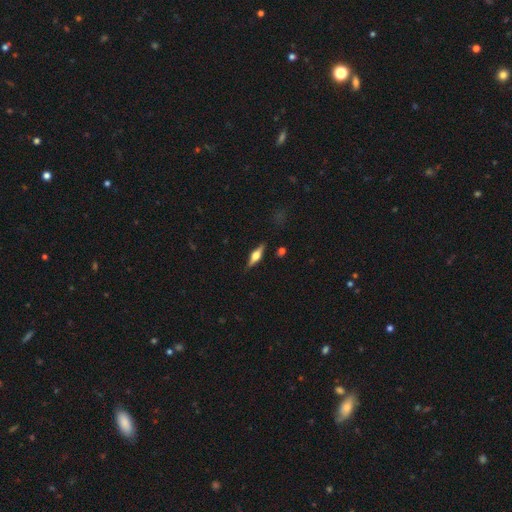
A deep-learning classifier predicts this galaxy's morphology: Smooth or featured?
  - featured or disk: 62% *
  - smooth: 31%
  - star or artifact: 7%
Edge-on disk?
  - yes: 95% *
  - no: 5%
Edge-on bulge?
  - rounded: 91% *
  - boxy: 8%
  - none: 2%
Merging?
  - none: 86% *
  - minor disturbance: 10%
  - major disturbance: 2%
  - merger: 2%